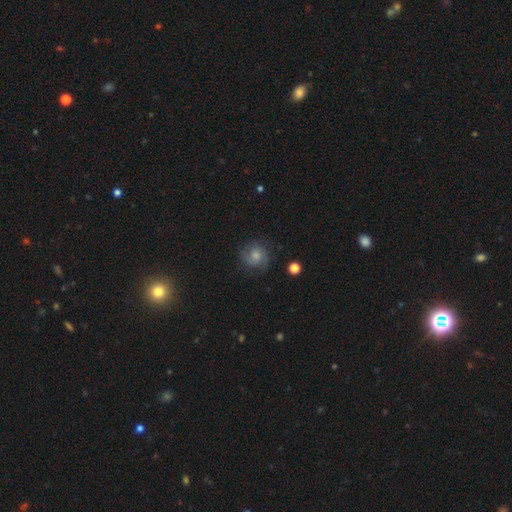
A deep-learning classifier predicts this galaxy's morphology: featured or disk 45%, smooth 44%, star or artifact 10%. Down the decision tree: merging — none (75%).